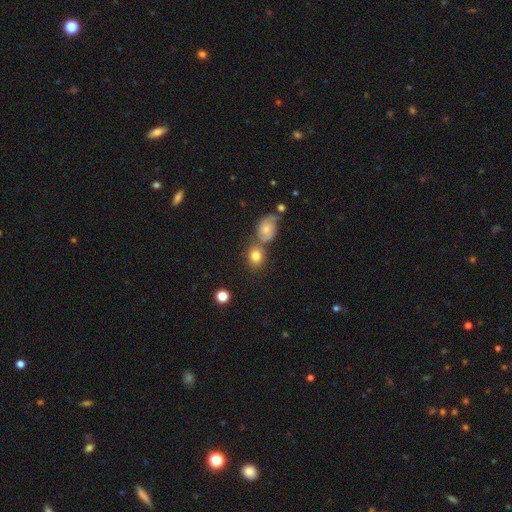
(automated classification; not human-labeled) The model was most divided on "merging": none: 52%, merger: 31%, minor disturbance: 12%, major disturbance: 5%. More confident: smooth or featured — smooth (76%); how rounded — round (63%).